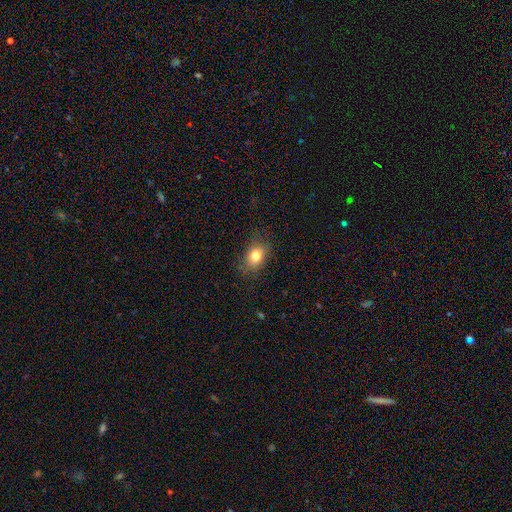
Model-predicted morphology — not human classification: Q: Smooth or featured?
A: smooth (79%); runner-up: featured or disk (11%)
Q: How rounded?
A: in between (72%); runner-up: round (27%)
Q: Merging?
A: none (79%); runner-up: minor disturbance (16%)